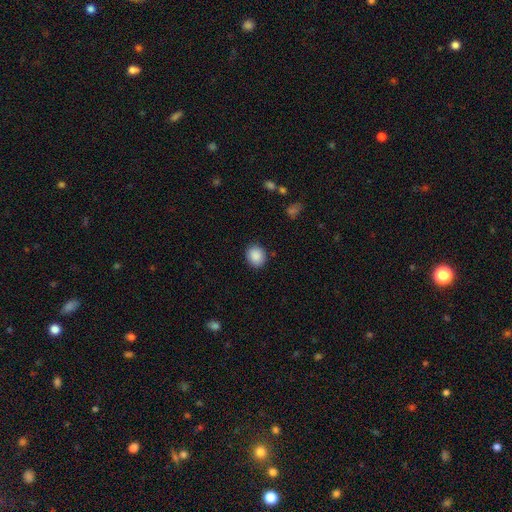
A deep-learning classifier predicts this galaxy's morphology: This appears to be a smooth galaxy with no disk features (89%) that is round (71%). Merging: none (88%).